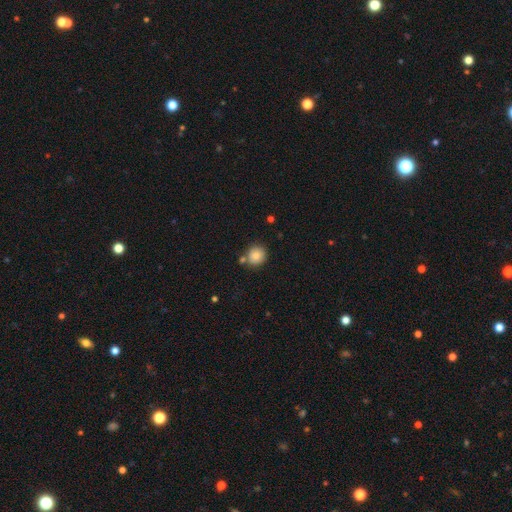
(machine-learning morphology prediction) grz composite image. It shows a smooth galaxy with no disk features (84%) that is round (88%). Merging: none (73%).